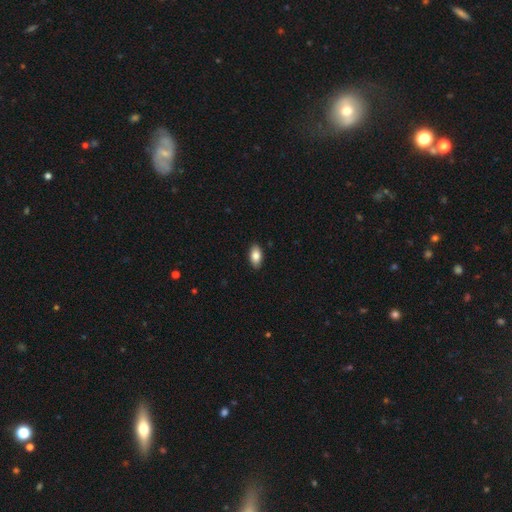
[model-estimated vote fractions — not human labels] Smooth or featured? Predicted: smooth (p=0.85). How rounded? Predicted: in between (p=0.93). Merging? Predicted: none (p=0.89).